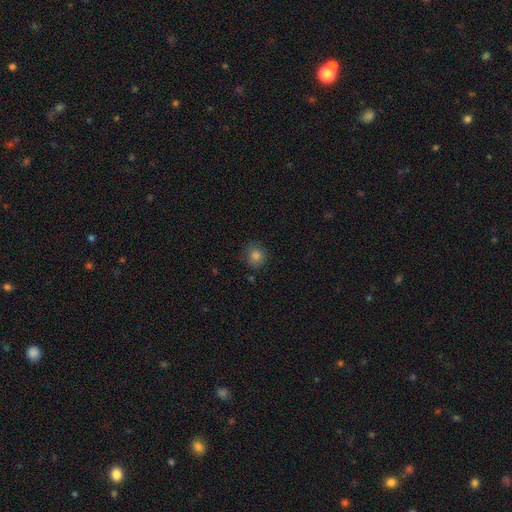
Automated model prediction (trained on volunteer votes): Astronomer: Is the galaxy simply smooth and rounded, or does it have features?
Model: smooth — 82%.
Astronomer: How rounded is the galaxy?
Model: round — 87%.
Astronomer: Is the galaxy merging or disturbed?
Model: none — 82%.